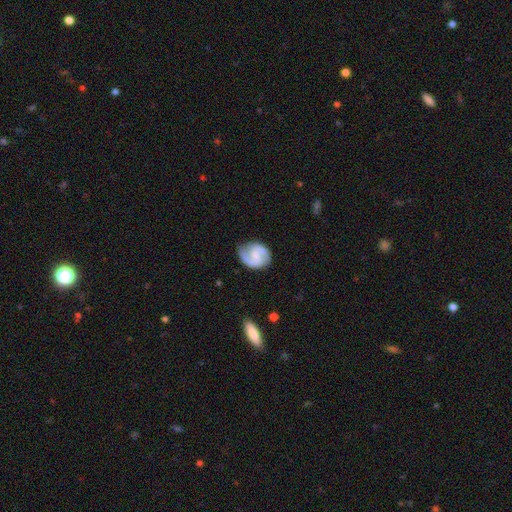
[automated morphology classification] A featured or disk galaxy (81%) with a weak bar (46%), 2 (91%) medium (52%) spiral arms (97%) and a small central bulge (41%). Merging: none (77%).